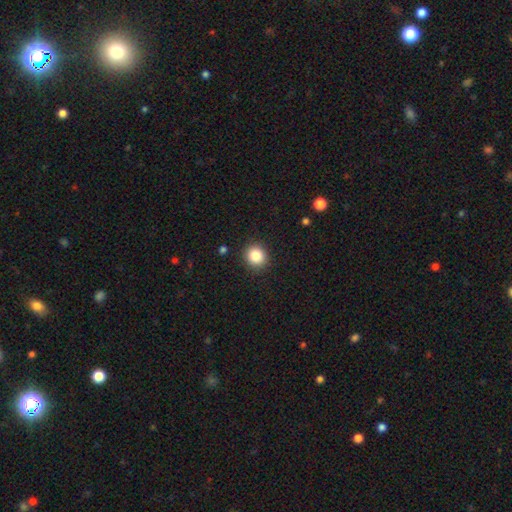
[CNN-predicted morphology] This appears to be a smooth galaxy with no disk features (85%) that is round (87%). Merging: none (90%).